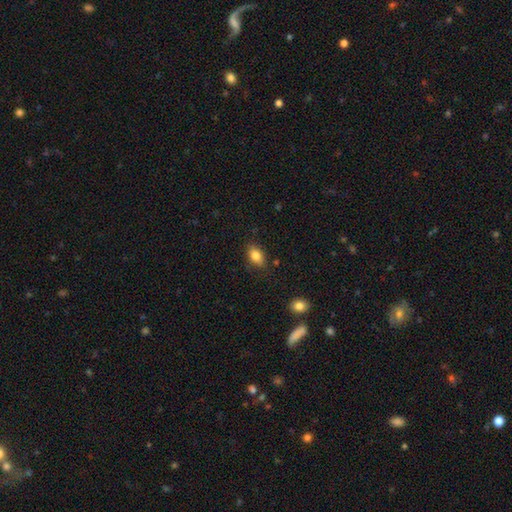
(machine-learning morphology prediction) A smooth galaxy with no disk features (83%) that is in between round and cigar-shaped (85%).

Vote fractions:
- Smooth or featured? smooth: 83% / featured or disk: 9% / star or artifact: 8%
- How rounded? in between: 85% / round: 12% / cigar-shaped: 3%
- Merging? none: 81% / minor disturbance: 14% / major disturbance: 3% / merger: 2%